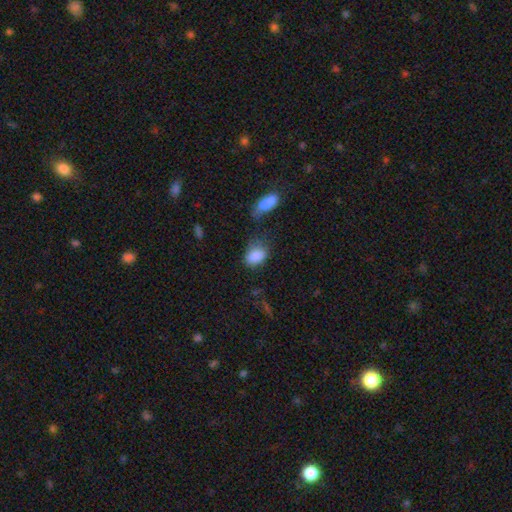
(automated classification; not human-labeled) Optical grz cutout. It shows a smooth galaxy with no disk features (85%) that is in between round and cigar-shaped (83%). Merging: none (47%).